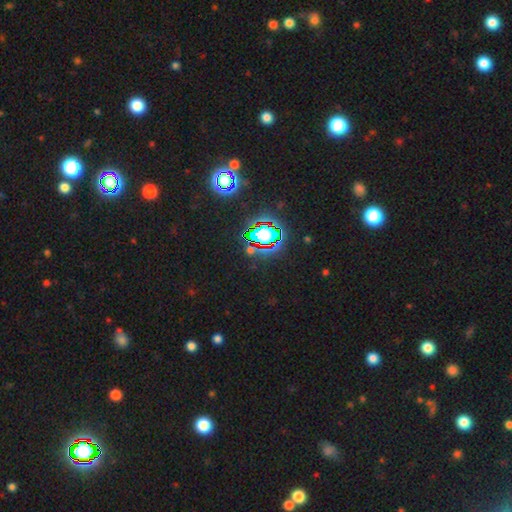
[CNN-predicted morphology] type=star or artifact (82%).